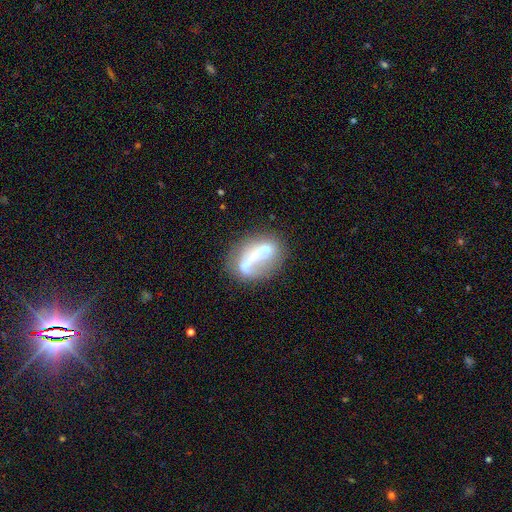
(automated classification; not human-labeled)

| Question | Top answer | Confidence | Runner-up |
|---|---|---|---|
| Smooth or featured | featured or disk | 49% | smooth (40%) |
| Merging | none | 45% | minor disturbance (23%) |